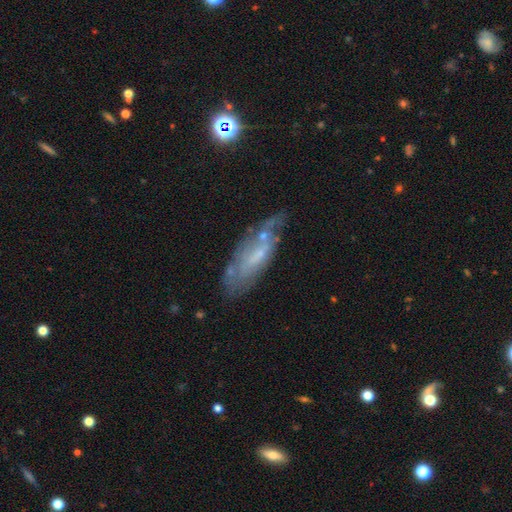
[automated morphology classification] A featured or disk galaxy (59%).

Vote fractions:
- Smooth or featured? featured or disk: 59% / smooth: 33% / star or artifact: 8%
- Edge-on disk? no: 78% / yes: 22%
- Merging? none: 54% / minor disturbance: 26% / major disturbance: 12% / merger: 7%